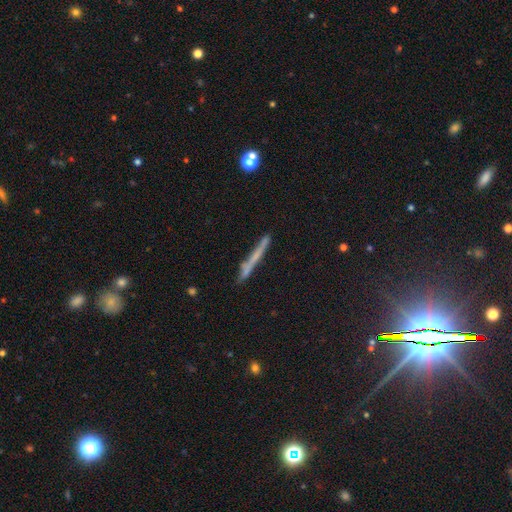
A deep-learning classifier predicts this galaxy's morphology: This appears to be a smooth galaxy with no disk features (47%). Merging: none (80%).